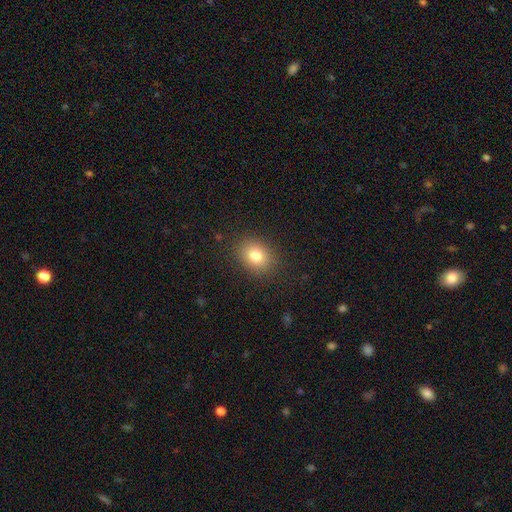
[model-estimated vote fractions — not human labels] The model was most divided on "how rounded": in between: 51%, round: 48%, cigar-shaped: 1%. More confident: merging — none (87%); smooth or featured — smooth (80%).